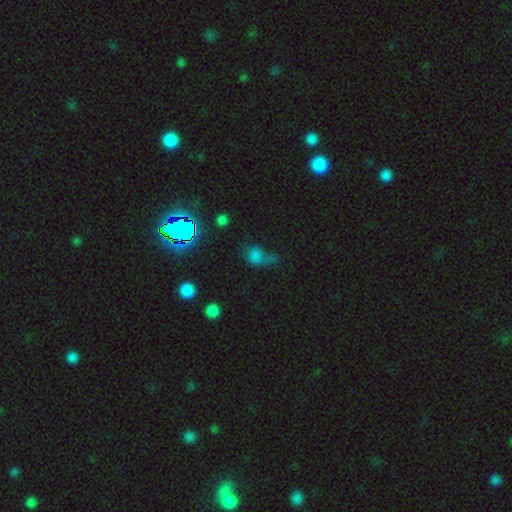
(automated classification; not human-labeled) Morphology: type=smooth (58%); roundness=in between (51%); merging=major disturbance (37%).